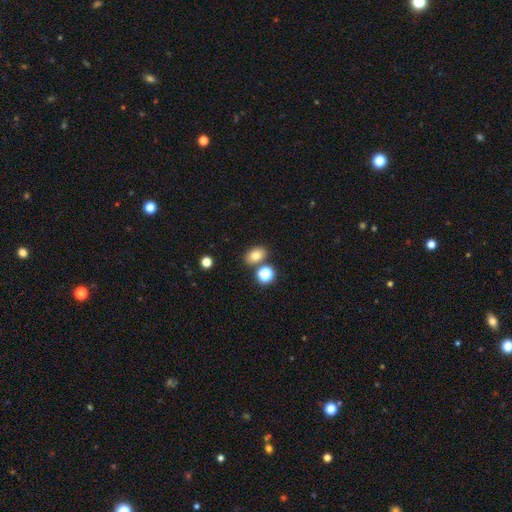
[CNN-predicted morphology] smooth_or_featured: smooth (p=0.78) [alt: star or artifact p=0.13]
how_rounded: in between (p=0.74) [alt: round p=0.25]
merging: none (p=0.76) [alt: merger p=0.11]